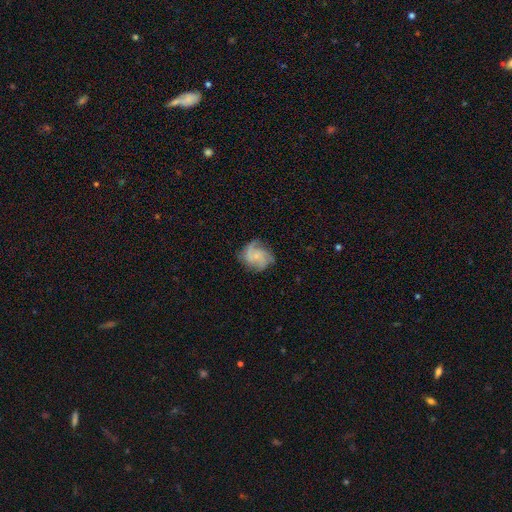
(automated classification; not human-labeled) smooth-or-featured: featured or disk: 68% | smooth: 25% | star or artifact: 8%
  disk-edge-on: no: 98% | yes: 2%
    bar: no: 71% | weak: 25% | strong: 4%
    has-spiral-arms: yes: 93% | no: 7%
      spiral-winding: medium: 46% | tight: 31% | loose: 22%
      spiral-arm-count: 3: 38% | 2: 26% | can't tell: 18% | 4: 8% | 1: 5% | more than 4: 5%
    bulge-size: small: 64% | none: 17% | moderate: 16% | large: 2% | dominant: 1%
  merging: none: 67% | minor disturbance: 21% | major disturbance: 10% | merger: 1%